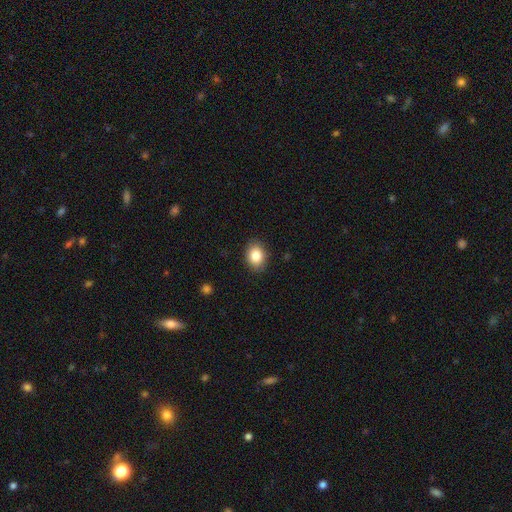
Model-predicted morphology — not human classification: type=smooth (85%); roundness=in between (58%); merging=none (88%).